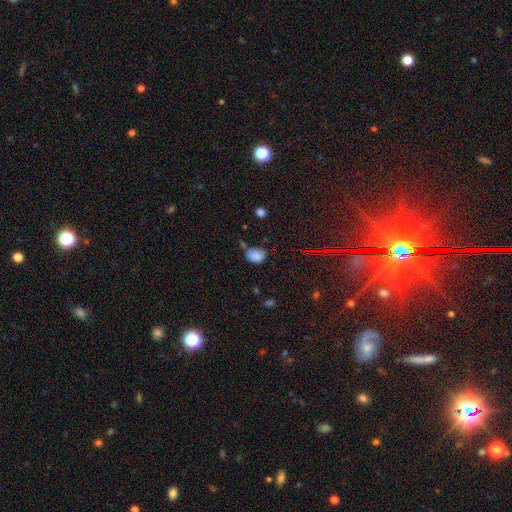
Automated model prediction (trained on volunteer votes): Q: Smooth or featured?
A: smooth (80%); runner-up: star or artifact (14%)
Q: How rounded?
A: in between (64%); runner-up: round (35%)
Q: Merging?
A: none (50%); runner-up: minor disturbance (30%)